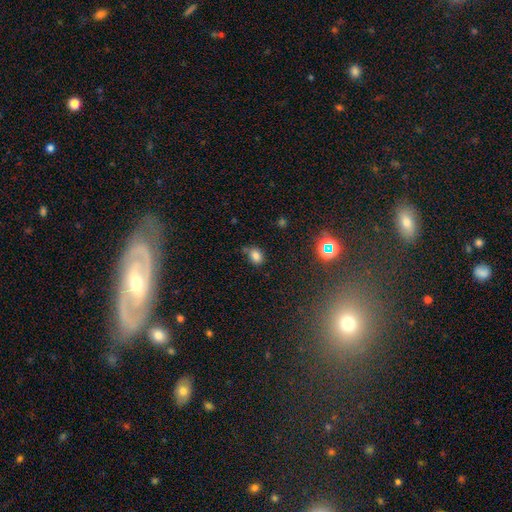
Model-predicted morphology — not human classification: Smooth or featured: smooth — 79% (star or artifact — 15%)
How rounded: in between — 63% (round — 35%)
Merging: none — 59% (minor disturbance — 25%)